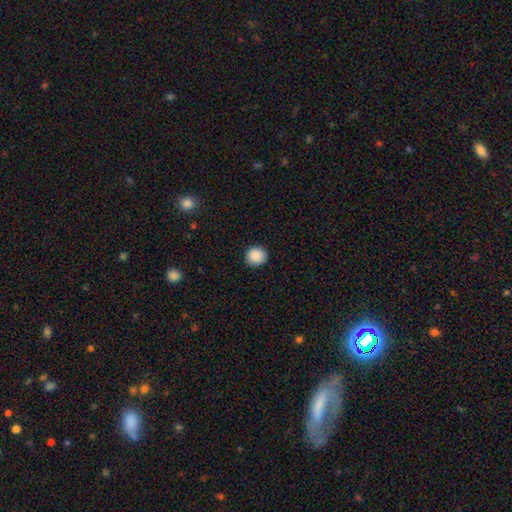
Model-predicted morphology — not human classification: smooth_or_featured: smooth (p=0.89) [alt: star or artifact p=0.08]
how_rounded: round (p=0.86) [alt: in between p=0.13]
merging: none (p=0.89) [alt: minor disturbance p=0.08]